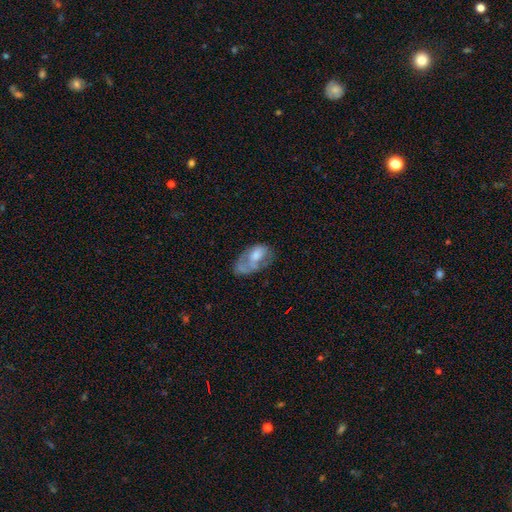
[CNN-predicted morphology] Overall: featured or disk (49%; smooth 42%). Merging: none (37%; major disturbance 31%).